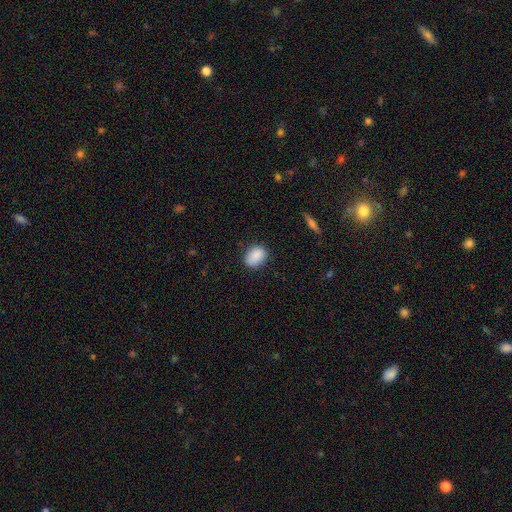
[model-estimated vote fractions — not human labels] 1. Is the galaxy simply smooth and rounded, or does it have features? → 88% smooth, 8% star or artifact, 4% featured or disk.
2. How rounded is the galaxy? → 70% in between, 28% round, 1% cigar-shaped.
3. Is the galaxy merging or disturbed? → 81% none, 15% minor disturbance, 3% major disturbance, 1% merger.